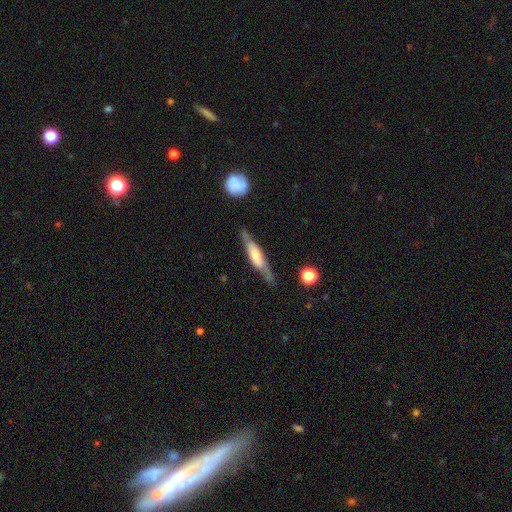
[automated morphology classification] A featured or disk galaxy (59%) viewed edge-on (74%). Merging: none (70%).